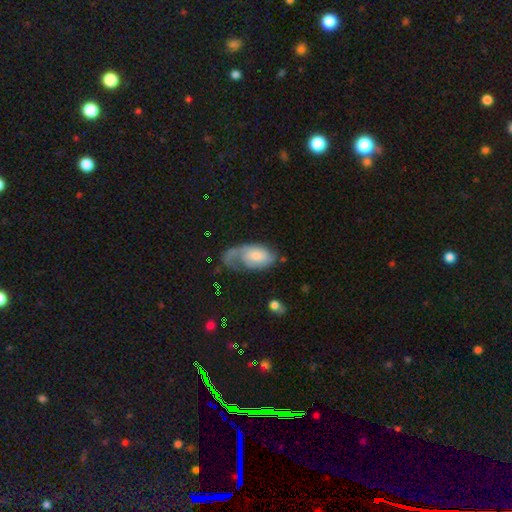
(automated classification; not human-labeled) A featured or disk galaxy (58%) with no bar (69%), spiral arms (83%) and a moderate central bulge (32%).

Vote fractions:
- Smooth or featured? featured or disk: 58% / smooth: 36% / star or artifact: 7%
- Edge-on disk? no: 95% / yes: 5%
- Bar? no: 69% / weak: 26% / strong: 4%
- Spiral arms? yes: 83% / no: 17%
- Bulge size? moderate: 32% / small: 31% / large: 19% / none: 15% / dominant: 4%
- Merging? major disturbance: 41% / none: 30% / minor disturbance: 25% / merger: 5%